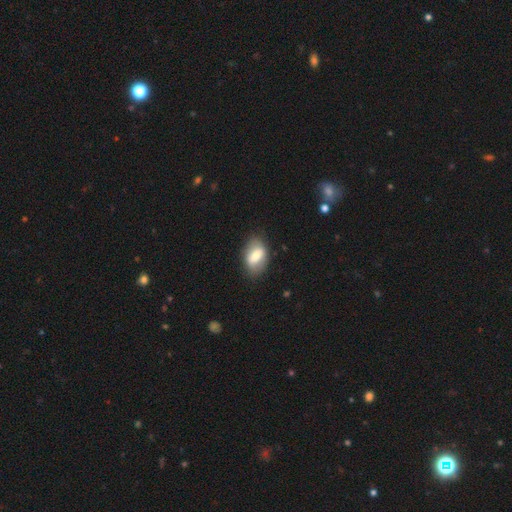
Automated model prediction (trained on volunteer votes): smooth-or-featured: smooth: 65% | featured or disk: 28% | star or artifact: 7%
  how-rounded: in between: 89% | round: 9% | cigar-shaped: 3%
  merging: none: 79% | minor disturbance: 15% | major disturbance: 4% | merger: 1%